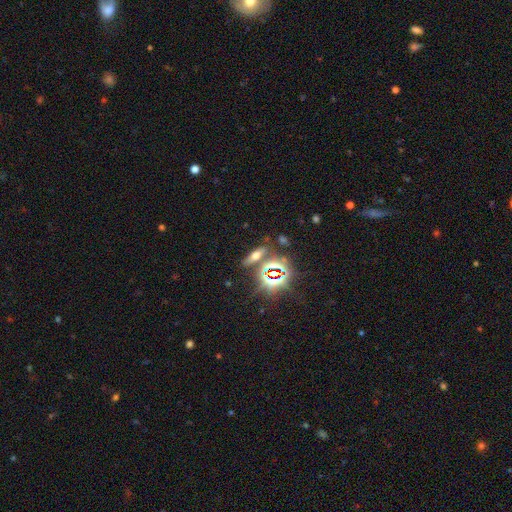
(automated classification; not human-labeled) smooth-or-featured: smooth: 36% (tied) | star or artifact: 36% (tied) | featured or disk: 28%
  merging: none: 79% | minor disturbance: 9% | merger: 8% | major disturbance: 4%